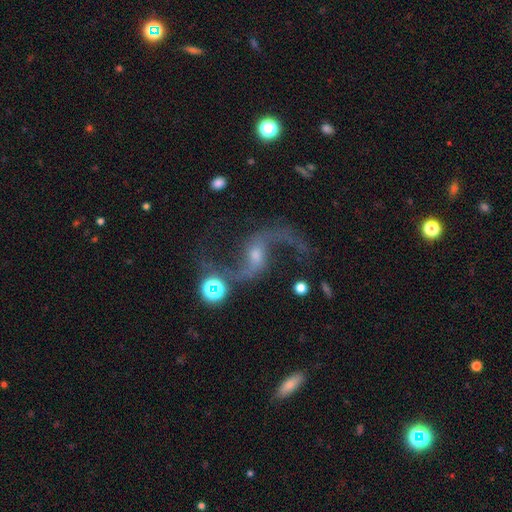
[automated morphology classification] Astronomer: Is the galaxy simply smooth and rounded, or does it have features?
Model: featured or disk — 87%.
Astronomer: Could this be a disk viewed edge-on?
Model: no — 97%.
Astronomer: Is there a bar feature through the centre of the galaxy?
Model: weak — 43% (runner-up: no, 39%).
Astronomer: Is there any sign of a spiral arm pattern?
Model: yes — 97%.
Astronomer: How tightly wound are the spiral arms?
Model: loose — 88%.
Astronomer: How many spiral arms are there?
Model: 2 — 93%.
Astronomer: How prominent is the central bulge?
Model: moderate — 46% (runner-up: small, 42%).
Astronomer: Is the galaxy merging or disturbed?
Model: none — 66%.